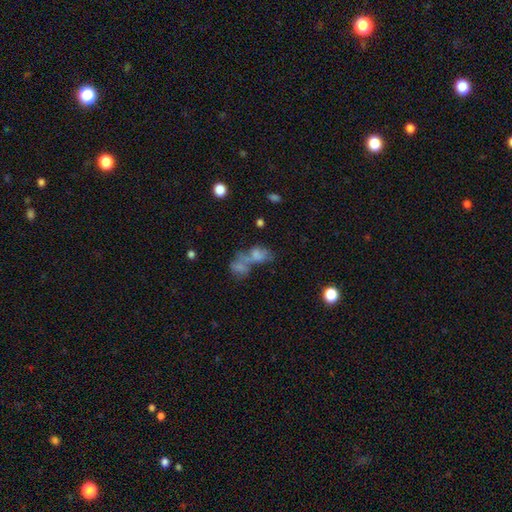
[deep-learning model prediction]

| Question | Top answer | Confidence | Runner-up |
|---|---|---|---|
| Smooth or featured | smooth | 64% | featured or disk (21%) |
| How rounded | in between | 79% | round (16%) |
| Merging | merger | 64% | none (18%) |